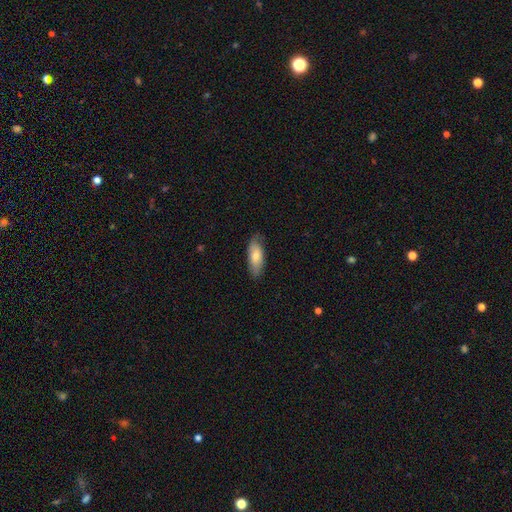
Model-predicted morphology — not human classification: Q: Smooth or featured?
A: smooth (72%); runner-up: featured or disk (22%)
Q: How rounded?
A: in between (71%); runner-up: cigar-shaped (27%)
Q: Merging?
A: none (80%); runner-up: minor disturbance (17%)